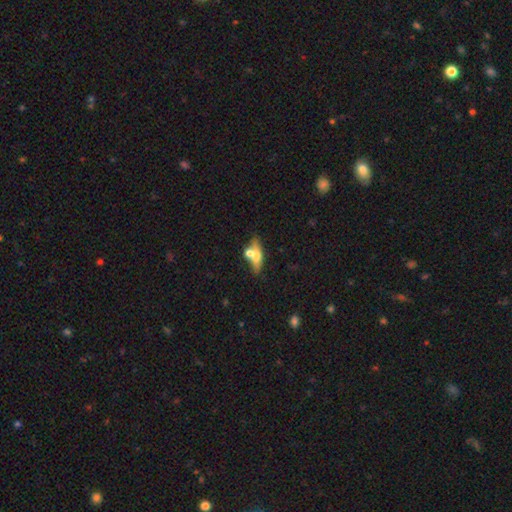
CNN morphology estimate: smooth-or-featured: smooth: 54% | featured or disk: 38% | star or artifact: 8%
  how-rounded: in between: 55% | cigar-shaped: 38% | round: 7%
  merging: none: 46% | merger: 35% | minor disturbance: 13% | major disturbance: 6%